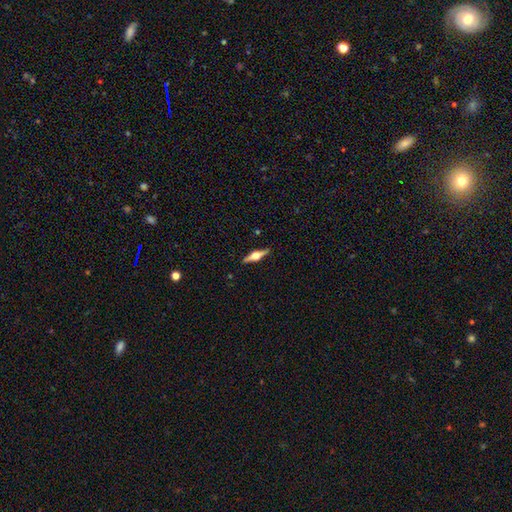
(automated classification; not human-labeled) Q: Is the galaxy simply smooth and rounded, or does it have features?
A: featured or disk — 72%.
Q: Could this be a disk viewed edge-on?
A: yes — 97%.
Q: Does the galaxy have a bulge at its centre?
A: rounded — 95%.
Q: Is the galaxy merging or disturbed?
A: none — 90%.